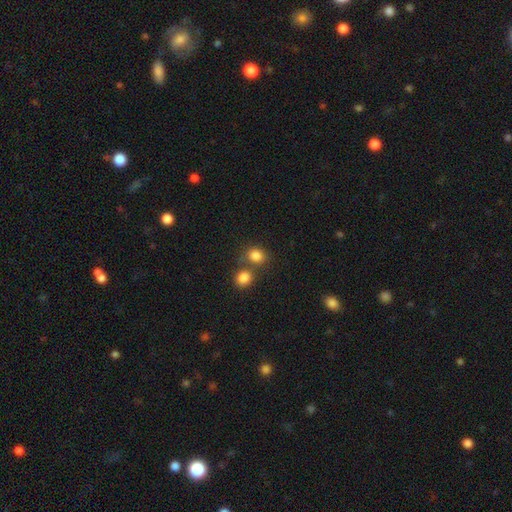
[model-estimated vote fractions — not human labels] Morphology: type=smooth (83%); roundness=round (71%); merging=none (53%).